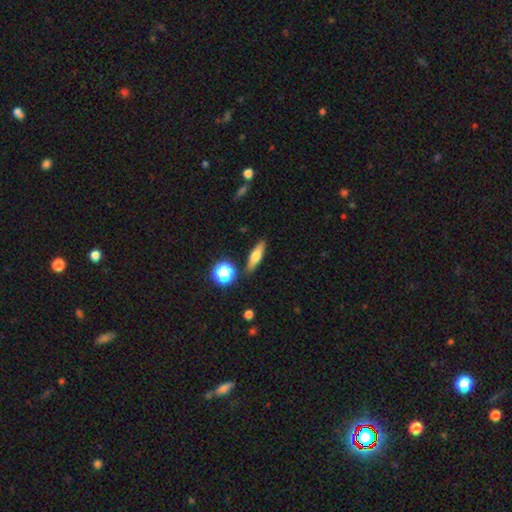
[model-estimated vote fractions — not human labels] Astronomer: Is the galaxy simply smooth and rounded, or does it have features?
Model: smooth — 61%.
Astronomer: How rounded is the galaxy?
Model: cigar-shaped — 51% (runner-up: in between, 41%).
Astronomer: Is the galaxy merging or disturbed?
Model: none — 86%.